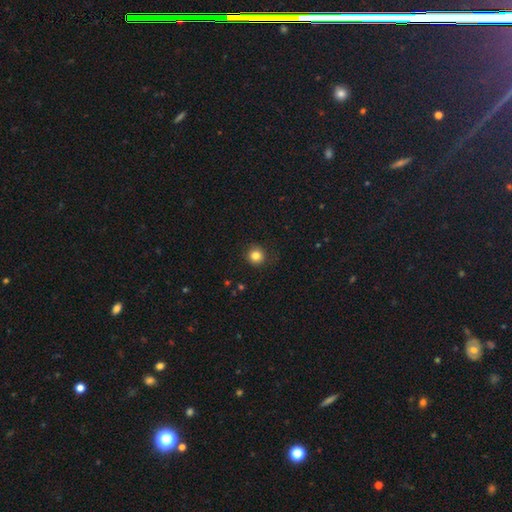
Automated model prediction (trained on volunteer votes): Q: Smooth or featured?
A: smooth (82%); runner-up: star or artifact (12%)
Q: How rounded?
A: round (94%); runner-up: in between (5%)
Q: Merging?
A: none (88%); runner-up: minor disturbance (8%)